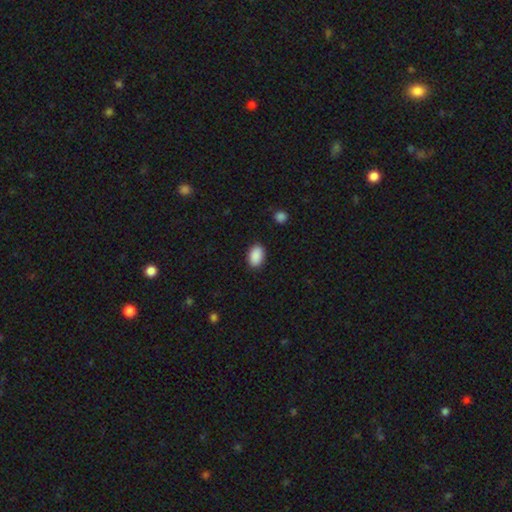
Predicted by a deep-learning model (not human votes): Smooth or featured?
  - smooth: 90% *
  - star or artifact: 7%
  - featured or disk: 3%
How rounded?
  - in between: 89% *
  - round: 10%
  - cigar-shaped: 1%
Merging?
  - none: 88% *
  - minor disturbance: 9%
  - major disturbance: 2%
  - merger: 1%